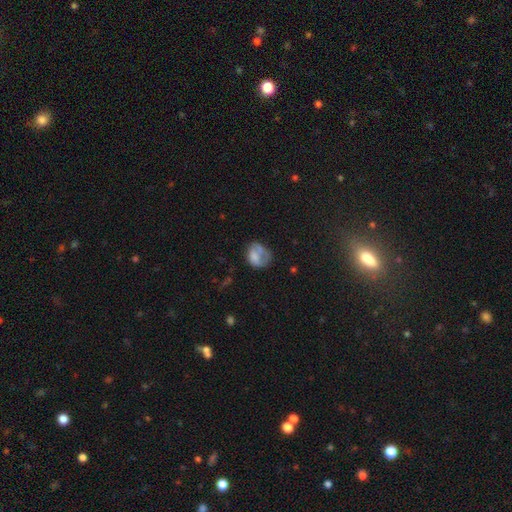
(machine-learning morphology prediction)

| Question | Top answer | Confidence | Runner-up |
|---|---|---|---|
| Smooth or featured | smooth | 63% | featured or disk (28%) |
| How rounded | round | 52% | in between (47%) |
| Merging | none | 38% | minor disturbance (28%) |